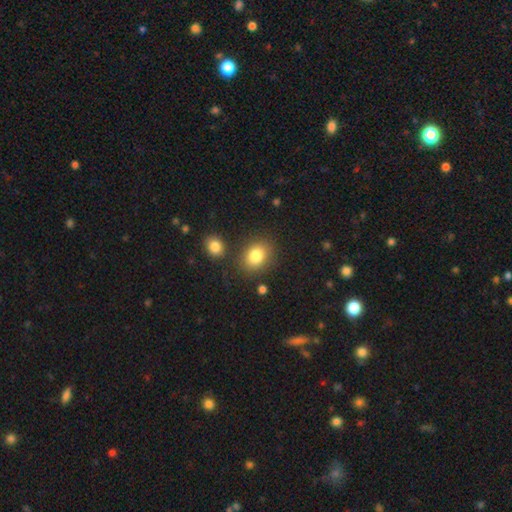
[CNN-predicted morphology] Overall: smooth (83%). How rounded: in between (58%; round 41%). Merging: none (78%).